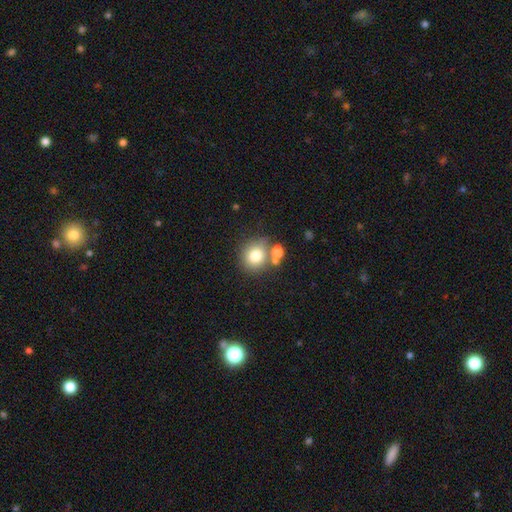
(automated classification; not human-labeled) Q: Smooth or featured?
A: smooth (77%); runner-up: featured or disk (12%)
Q: How rounded?
A: round (83%); runner-up: in between (16%)
Q: Merging?
A: none (61%); runner-up: merger (23%)